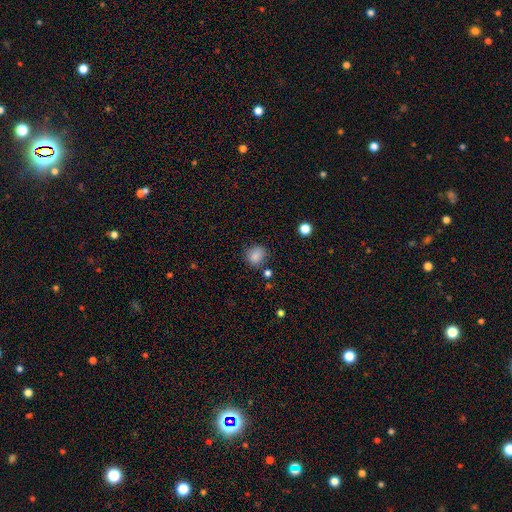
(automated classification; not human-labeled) smooth-or-featured: smooth: 85% | star or artifact: 11% | featured or disk: 5%
  how-rounded: round: 68% | in between: 31% | cigar-shaped: 1%
  merging: none: 76% | minor disturbance: 16% | major disturbance: 4% | merger: 4%